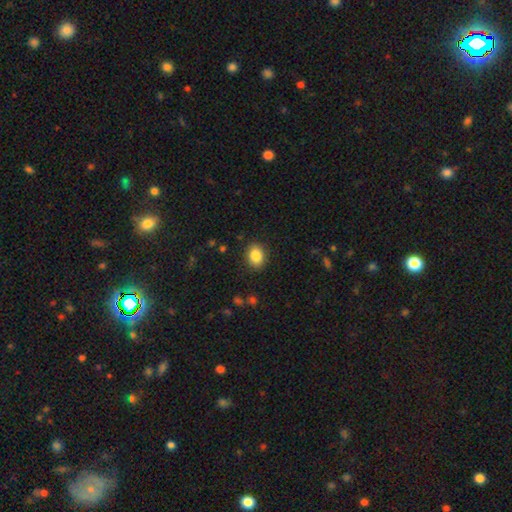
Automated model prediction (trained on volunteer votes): smooth-or-featured: smooth: 85% | star or artifact: 9% | featured or disk: 6%
  how-rounded: in between: 57% | round: 42% | cigar-shaped: 1%
  merging: none: 88% | minor disturbance: 8% | major disturbance: 2% | merger: 1%